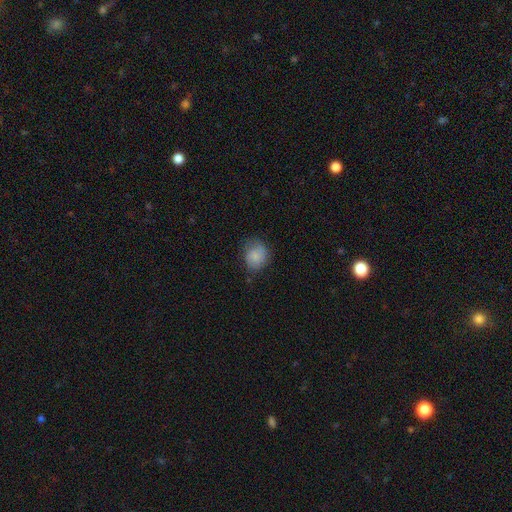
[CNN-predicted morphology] A smooth galaxy with no disk features (80%) that is round (68%). Merging: none (65%).